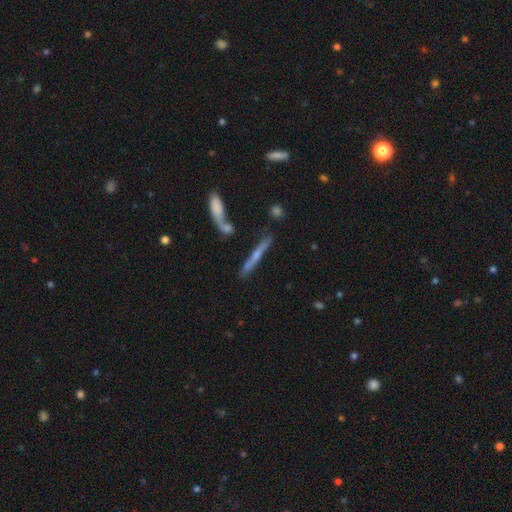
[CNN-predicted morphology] Smooth or featured? featured or disk (56%)
Edge-on disk? yes (93%)
Edge-on bulge? rounded (55%)
Merging? none (67%)